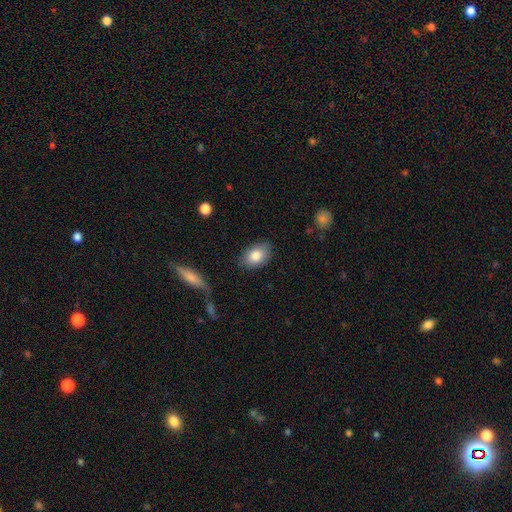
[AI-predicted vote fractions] Smooth or featured? smooth (83%)
How rounded? in between (85%)
Merging? none (82%)